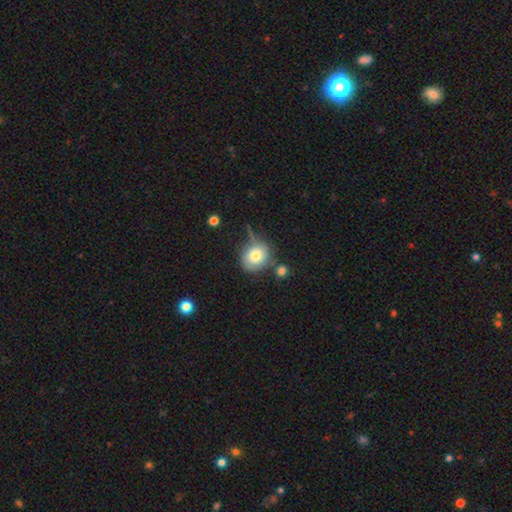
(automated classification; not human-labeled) smooth 75%, featured or disk 17%, star or artifact 8%. Down the decision tree: how rounded — round (71%); merging — none (54%).